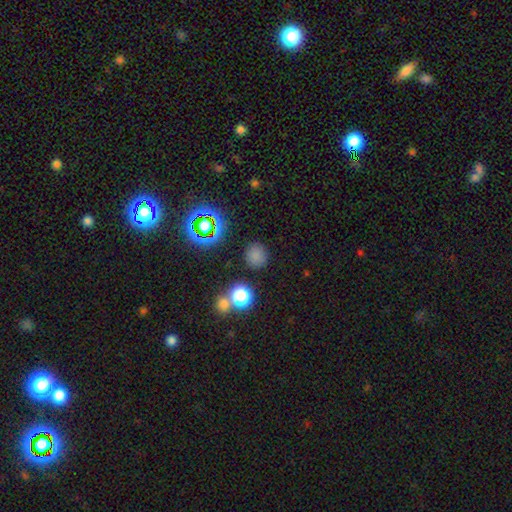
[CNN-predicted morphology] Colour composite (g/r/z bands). It shows a smooth galaxy with no disk features (73%) that is round (88%). Merging: none (83%).